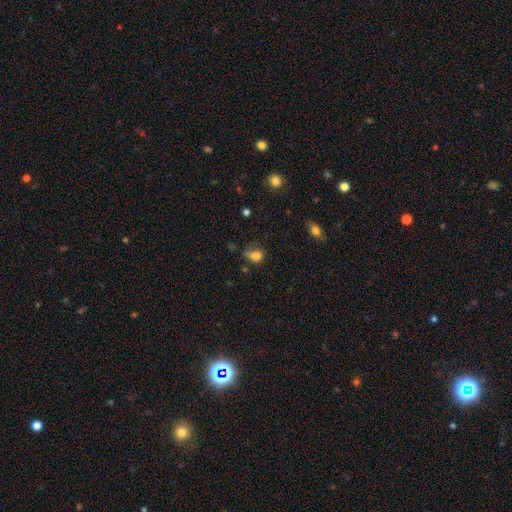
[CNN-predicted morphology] Q: Smooth or featured?
A: smooth (73%); runner-up: star or artifact (15%)
Q: How rounded?
A: round (49%); tied with: in between (49%)
Q: Merging?
A: none (36%); runner-up: minor disturbance (27%)